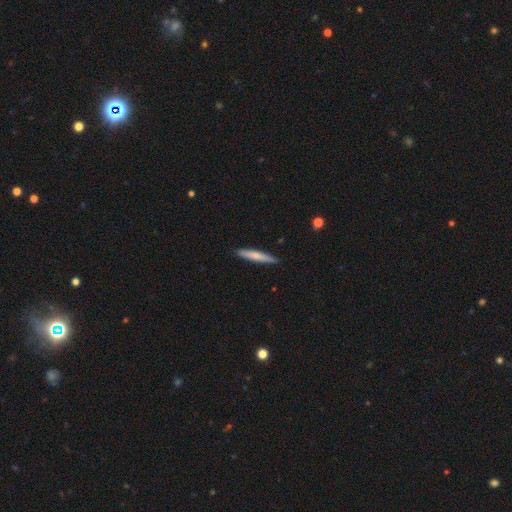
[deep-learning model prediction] This is likely a smooth galaxy (68%). How rounded: clearly cigar-shaped (93%). Merging: clearly none (90%).